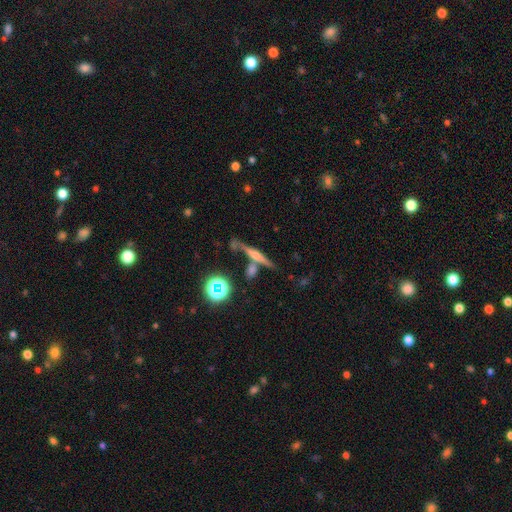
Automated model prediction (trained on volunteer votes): Smooth or featured? featured or disk (59%)
Edge-on disk? yes (94%)
Edge-on bulge? rounded (72%)
Merging? none (70%)